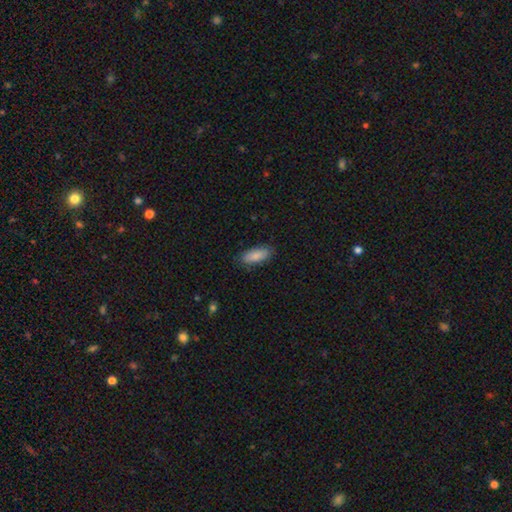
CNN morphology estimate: Smooth or featured? Predicted: smooth (p=0.87). How rounded? Predicted: in between (p=0.82). Merging? Predicted: none (p=0.85).